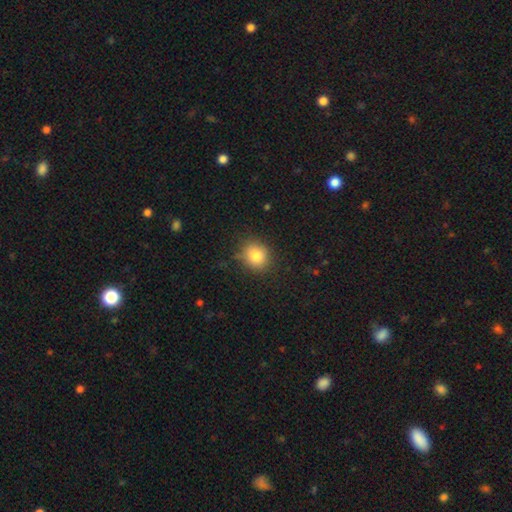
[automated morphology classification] A smooth galaxy with no disk features (82%) that is round (74%). Merging: none (83%).